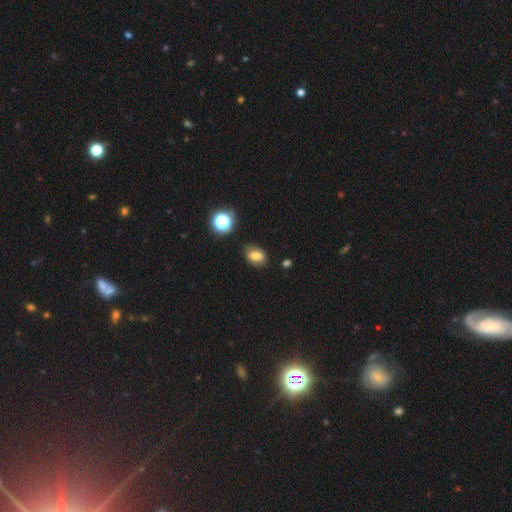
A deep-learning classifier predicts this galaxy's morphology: This is likely a smooth galaxy (73%). How rounded: likely in between (79%). Merging: clearly none (81%).